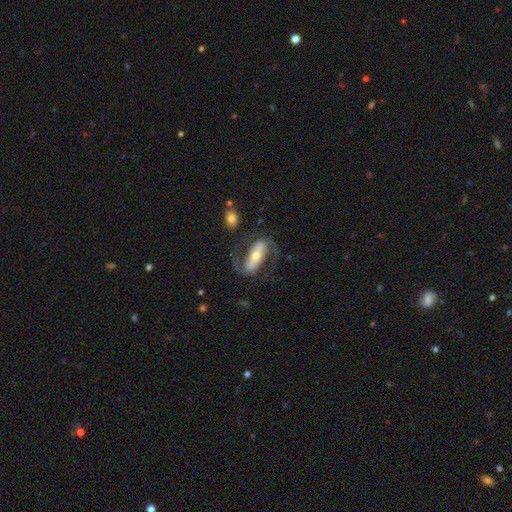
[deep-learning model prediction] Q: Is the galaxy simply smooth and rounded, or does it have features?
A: featured or disk — 80%.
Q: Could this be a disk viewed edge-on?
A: no — 92%.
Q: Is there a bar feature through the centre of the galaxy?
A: strong — 63%.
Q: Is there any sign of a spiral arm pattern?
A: yes — 89%.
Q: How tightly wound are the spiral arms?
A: medium — 50%.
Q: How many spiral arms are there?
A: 2 — 89%.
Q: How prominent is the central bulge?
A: moderate — 54%.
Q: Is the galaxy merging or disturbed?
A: none — 68%.